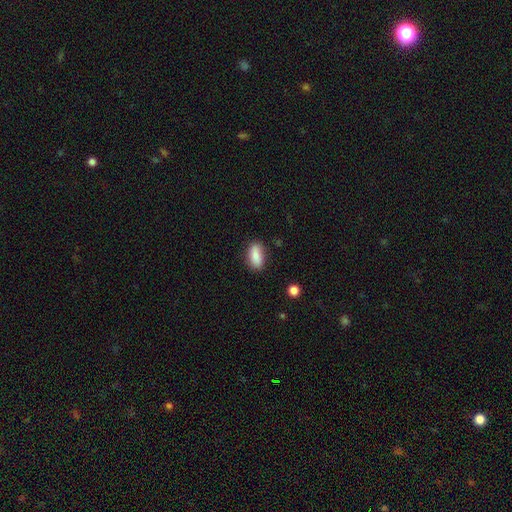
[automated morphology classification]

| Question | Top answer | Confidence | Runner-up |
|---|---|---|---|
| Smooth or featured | smooth | 86% | featured or disk (7%) |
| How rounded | in between | 87% | cigar-shaped (9%) |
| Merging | none | 80% | minor disturbance (15%) |